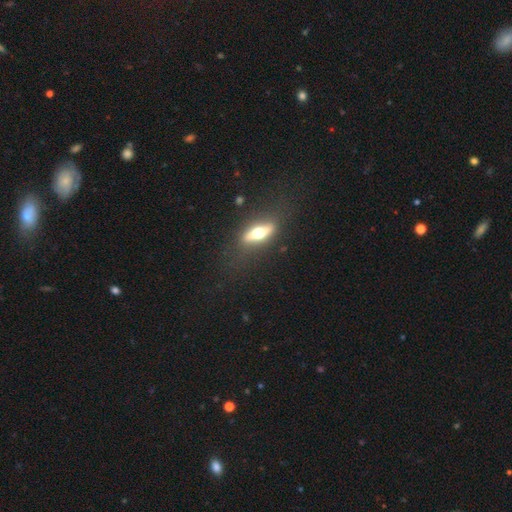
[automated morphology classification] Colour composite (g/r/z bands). It shows a smooth galaxy with no disk features (46%). Merging: none (72%).